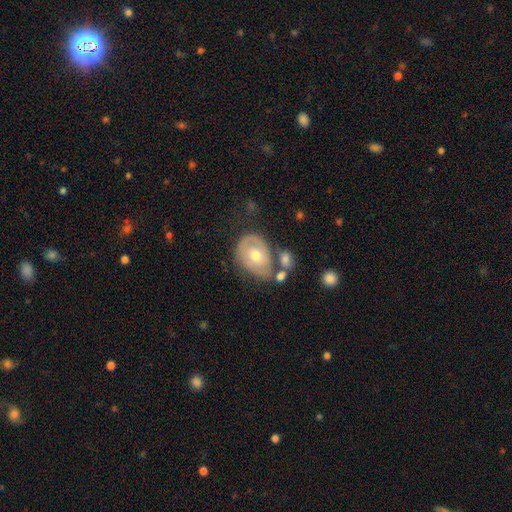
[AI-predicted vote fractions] Smooth or featured?
  - featured or disk: 57% *
  - smooth: 36%
  - star or artifact: 6%
Edge-on disk?
  - no: 95% *
  - yes: 5%
Bar?
  - no: 75% *
  - weak: 20%
  - strong: 4%
Spiral arms?
  - yes: 58% *
  - no: 42%
Bulge size?
  - moderate: 72% *
  - small: 22%
  - large: 5%
  - none: 1%
  - dominant: 1%
Merging?
  - none: 44% *
  - minor disturbance: 25%
  - merger: 17%
  - major disturbance: 13%